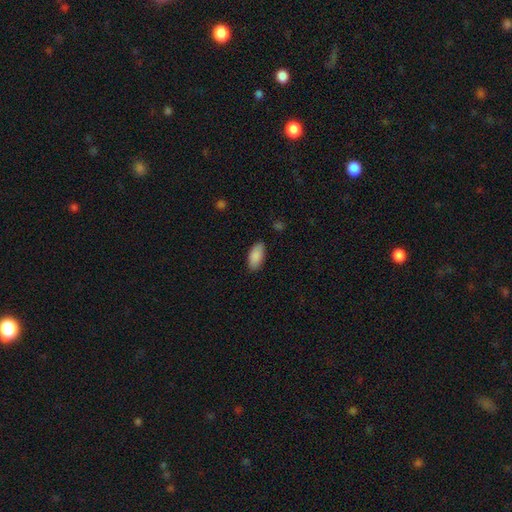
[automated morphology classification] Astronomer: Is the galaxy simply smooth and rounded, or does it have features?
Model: smooth — 89%.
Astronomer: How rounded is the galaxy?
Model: in between — 92%.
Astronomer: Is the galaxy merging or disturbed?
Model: none — 84%.